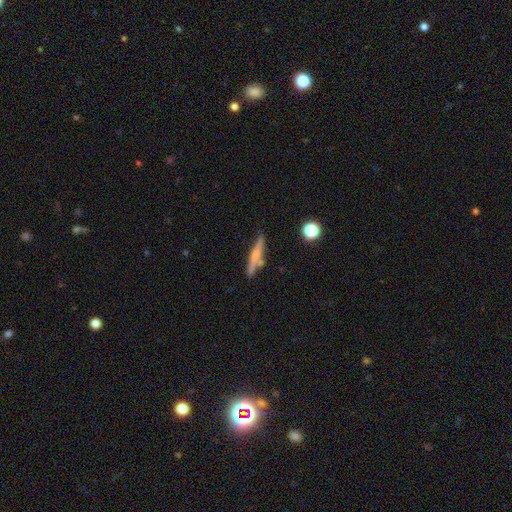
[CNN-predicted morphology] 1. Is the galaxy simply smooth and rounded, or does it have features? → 49% featured or disk, 43% smooth, 7% star or artifact.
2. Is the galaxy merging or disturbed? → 73% none, 15% minor disturbance, 9% merger, 3% major disturbance.